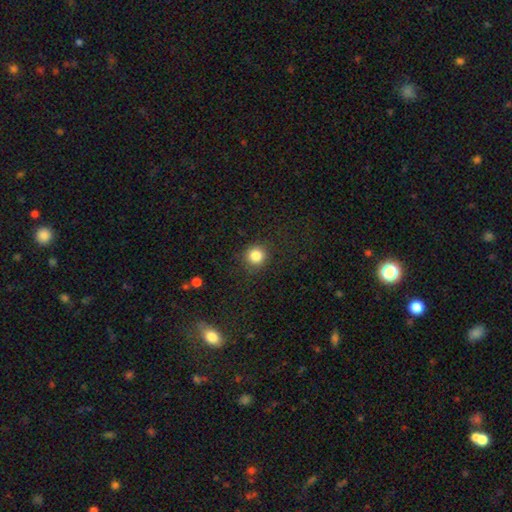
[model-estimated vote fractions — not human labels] This appears to be a smooth galaxy with no disk features (84%) that is round (92%). Merging: none (88%).